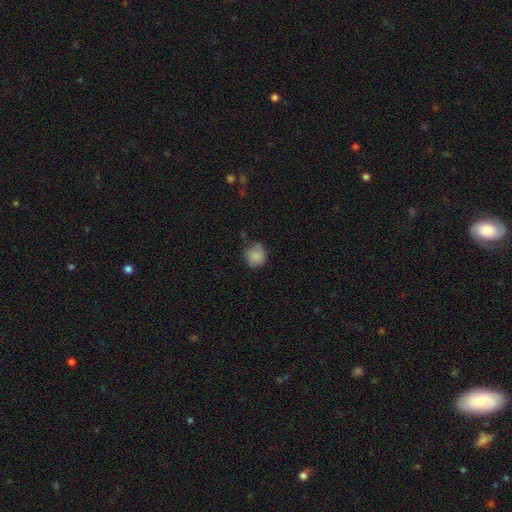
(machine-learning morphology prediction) Smooth or featured? smooth (81%)
How rounded? round (82%)
Merging? none (60%)